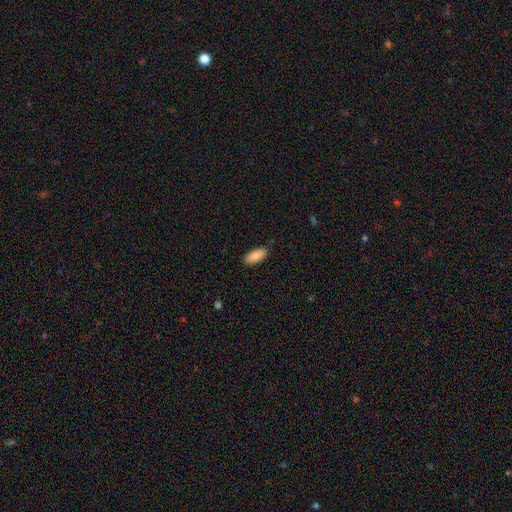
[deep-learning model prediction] A smooth galaxy with no disk features (88%) that is in between round and cigar-shaped (86%). Merging: none (86%).